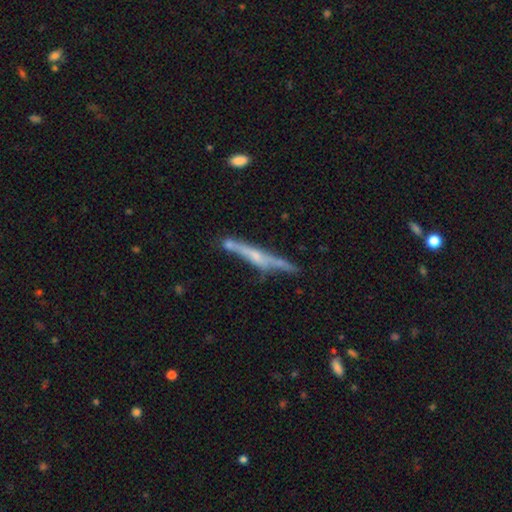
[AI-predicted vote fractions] Morphology: type=featured or disk (69%); edge-on=yes (94%); edge-on bulge=rounded (59%); merging=none (69%).